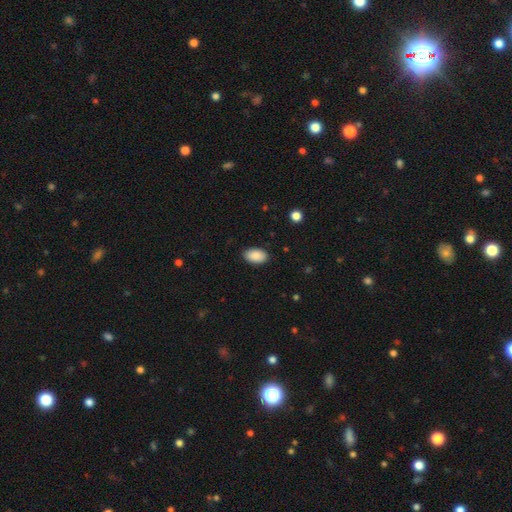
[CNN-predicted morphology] This is clearly a smooth galaxy (89%). How rounded: clearly in between (93%). Merging: clearly none (88%).